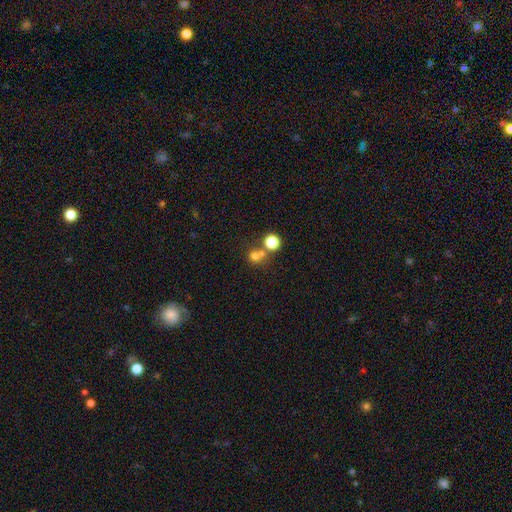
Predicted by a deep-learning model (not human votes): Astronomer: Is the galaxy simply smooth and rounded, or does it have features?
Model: smooth — 71%.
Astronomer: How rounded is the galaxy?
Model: round — 89%.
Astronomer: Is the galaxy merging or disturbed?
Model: none — 51% (runner-up: merger, 40%).